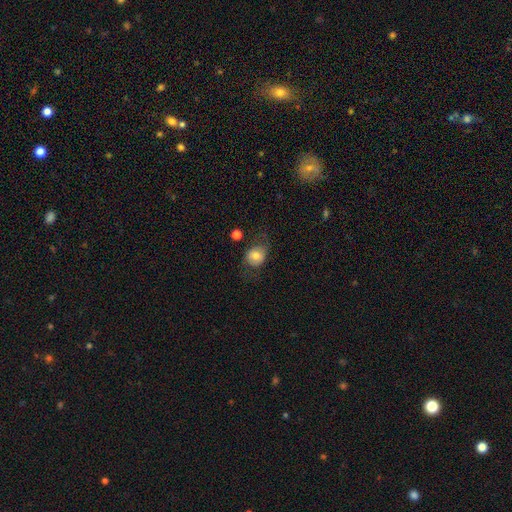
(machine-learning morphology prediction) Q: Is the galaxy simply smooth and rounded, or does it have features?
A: smooth — 68%.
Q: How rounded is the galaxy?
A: round — 62%.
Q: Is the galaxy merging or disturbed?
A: none — 62%.